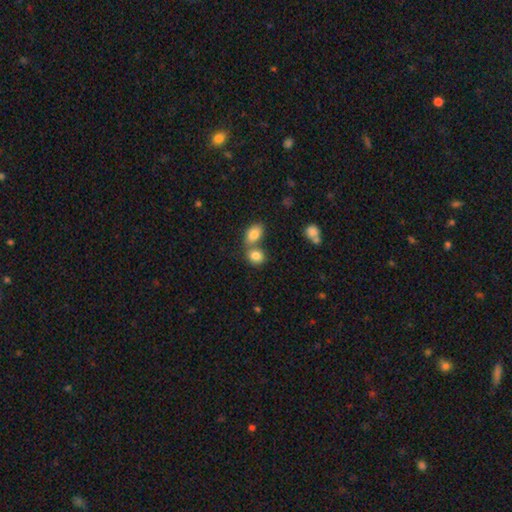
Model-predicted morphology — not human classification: A smooth galaxy with no disk features (83%) that is in between round and cigar-shaped (55%). Merging: merger (46%).